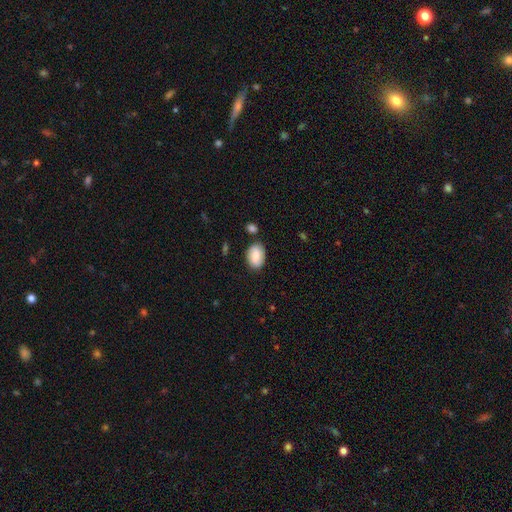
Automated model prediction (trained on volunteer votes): The model was most divided on "merging": none: 76%, minor disturbance: 15%, merger: 5%, major disturbance: 3%. More confident: how rounded — in between (87%); smooth or featured — smooth (80%).